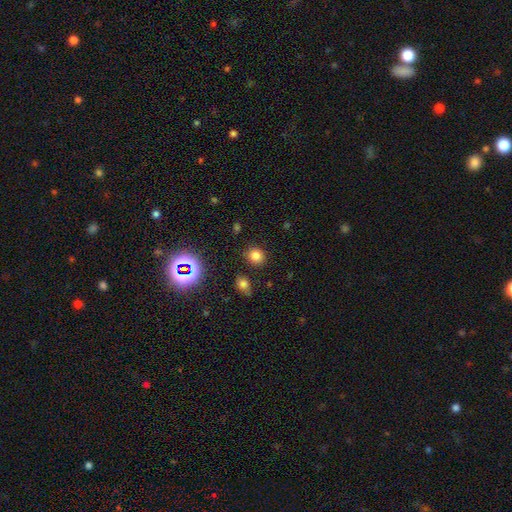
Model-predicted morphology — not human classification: A smooth galaxy with no disk features (78%) that is round (77%). Merging: none (86%).